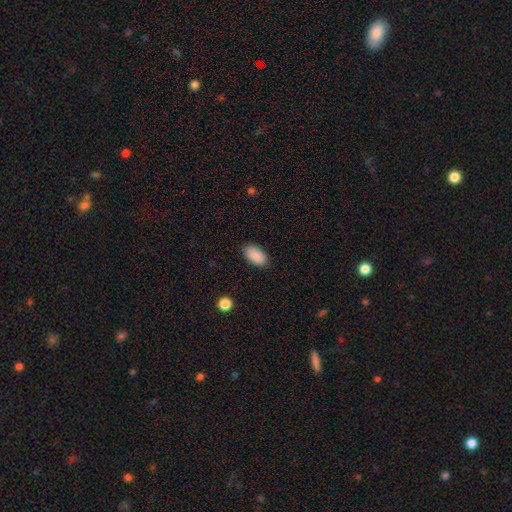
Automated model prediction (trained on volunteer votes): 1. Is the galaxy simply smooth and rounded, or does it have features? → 90% smooth, 7% star or artifact, 3% featured or disk.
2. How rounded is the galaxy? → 95% in between, 3% round, 2% cigar-shaped.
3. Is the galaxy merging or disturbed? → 87% none, 10% minor disturbance, 2% major disturbance, 1% merger.